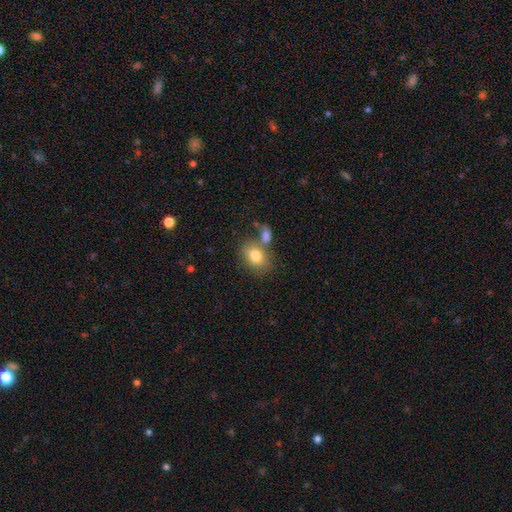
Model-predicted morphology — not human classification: smooth 78%, featured or disk 14%, star or artifact 9%. Down the decision tree: how rounded — in between (69%); merging — none (51%).